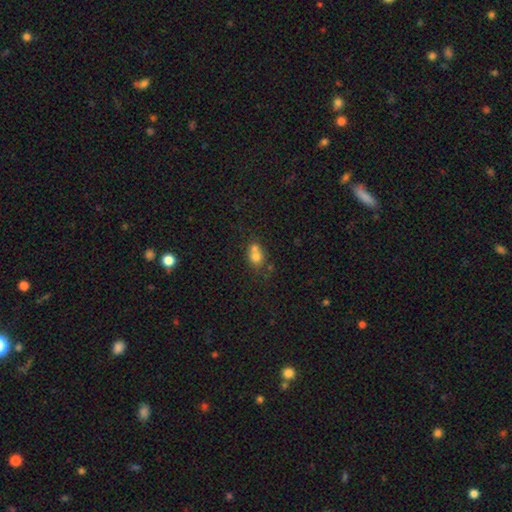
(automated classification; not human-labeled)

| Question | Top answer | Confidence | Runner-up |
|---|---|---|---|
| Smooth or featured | smooth | 71% | featured or disk (16%) |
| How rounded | round | 65% | in between (34%) |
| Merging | merger | 58% | none (30%) |